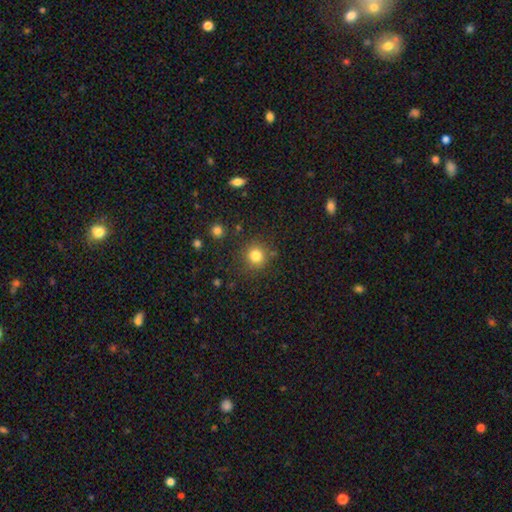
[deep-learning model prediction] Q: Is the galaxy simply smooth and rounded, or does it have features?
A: smooth — 82%.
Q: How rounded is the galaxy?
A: round — 92%.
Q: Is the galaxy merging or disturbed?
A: none — 83%.